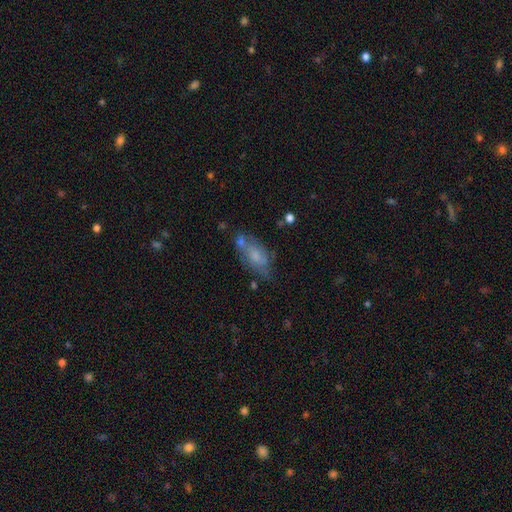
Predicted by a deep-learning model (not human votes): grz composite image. It shows a smooth galaxy with no disk features (55%) that is in between round and cigar-shaped (82%). Merging: none (50%).